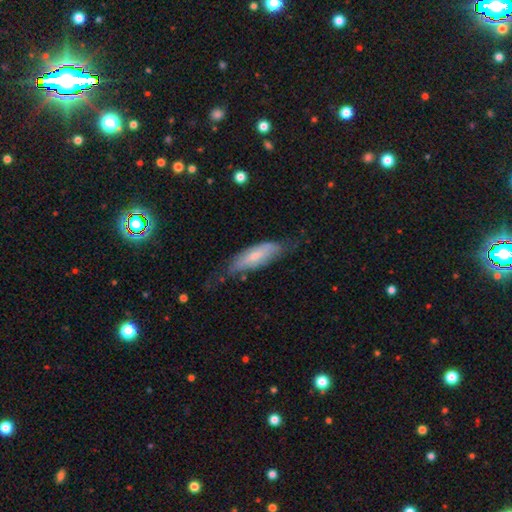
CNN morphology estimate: Smooth or featured? Predicted: smooth (p=0.53). How rounded? Predicted: in between (p=0.55). Merging? Predicted: none (p=0.55).